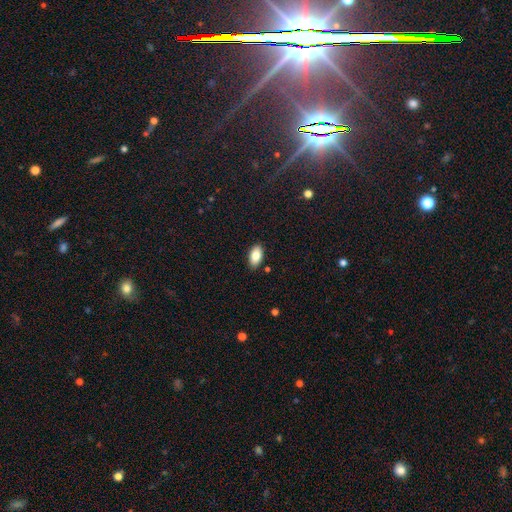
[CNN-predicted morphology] Smooth or featured? smooth (84%)
How rounded? in between (94%)
Merging? none (87%)